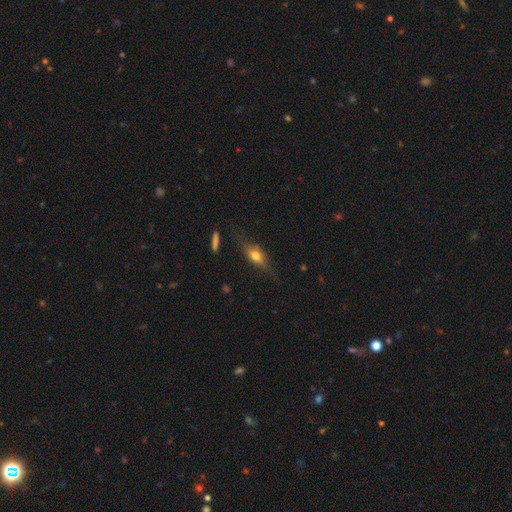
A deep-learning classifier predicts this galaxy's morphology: A smooth galaxy with no disk features (46%).

Vote fractions:
- Smooth or featured? smooth: 46% / featured or disk: 45% / star or artifact: 9%
- Merging? none: 70% / minor disturbance: 20% / major disturbance: 8% / merger: 2%